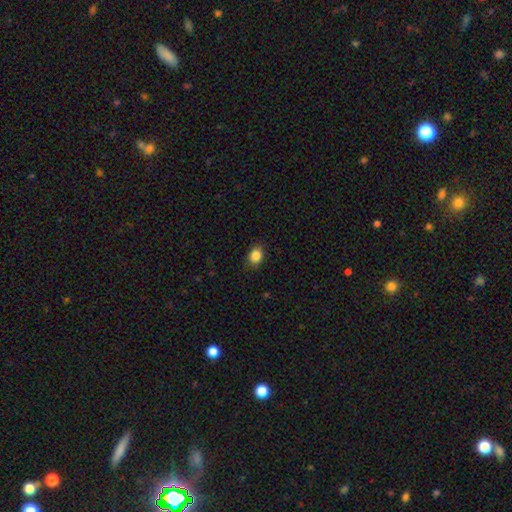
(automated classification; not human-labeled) Q: Smooth or featured?
A: smooth (86%); runner-up: star or artifact (10%)
Q: How rounded?
A: round (54%); runner-up: in between (45%)
Q: Merging?
A: none (84%); runner-up: minor disturbance (12%)